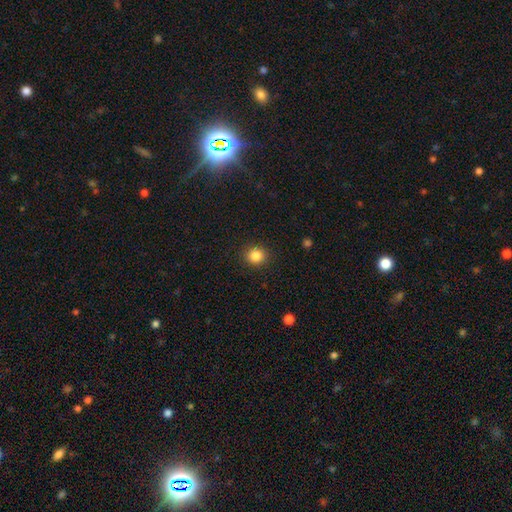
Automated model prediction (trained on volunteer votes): Q: Smooth or featured?
A: smooth (85%); runner-up: star or artifact (11%)
Q: How rounded?
A: round (87%); runner-up: in between (12%)
Q: Merging?
A: none (91%); runner-up: minor disturbance (6%)